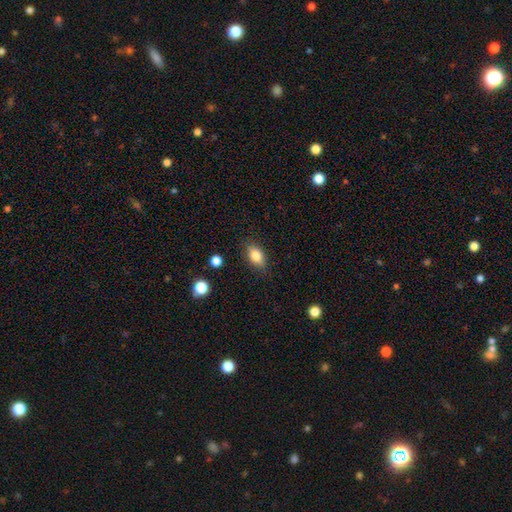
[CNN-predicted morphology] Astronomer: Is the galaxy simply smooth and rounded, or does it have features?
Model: smooth — 82%.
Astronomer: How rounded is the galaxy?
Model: in between — 84%.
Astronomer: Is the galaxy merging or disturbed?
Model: none — 84%.